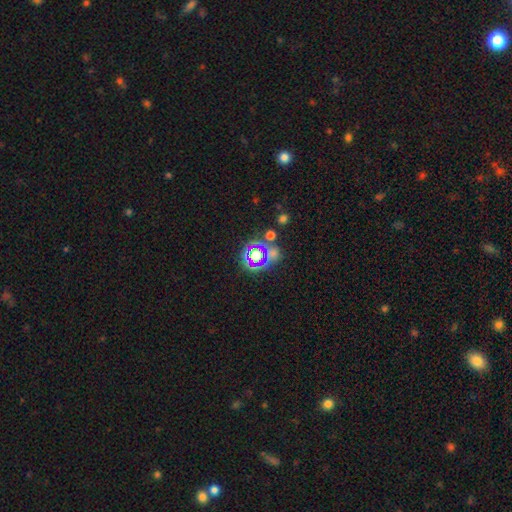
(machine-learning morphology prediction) A star or artifact, not a galaxy (58%).

Vote fractions:
- Smooth or featured? star or artifact: 58% / smooth: 29% / featured or disk: 13%